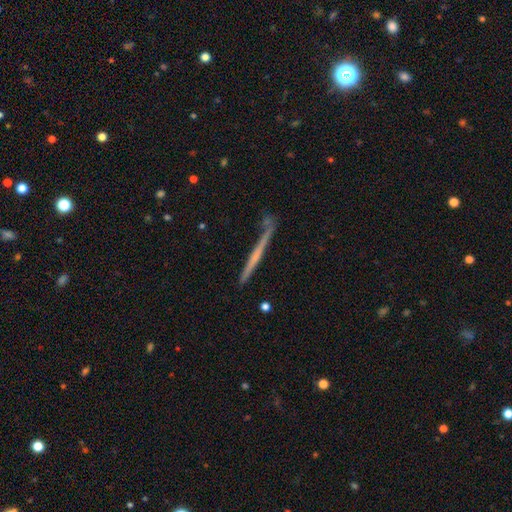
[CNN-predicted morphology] Overall: featured or disk (58%; smooth 36%). Edge-on disk: yes (97%). Edge-on bulge: none (75%). Merging: none (79%).